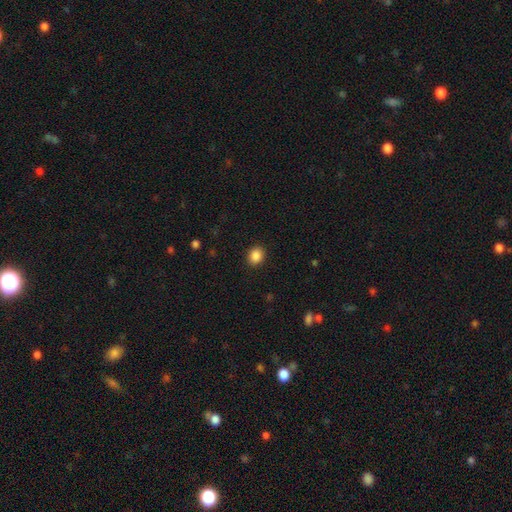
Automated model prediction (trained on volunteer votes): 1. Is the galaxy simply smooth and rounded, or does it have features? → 88% smooth, 9% star or artifact, 3% featured or disk.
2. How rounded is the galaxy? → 63% round, 36% in between, 1% cigar-shaped.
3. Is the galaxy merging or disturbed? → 91% none, 6% minor disturbance, 2% major disturbance, 1% merger.